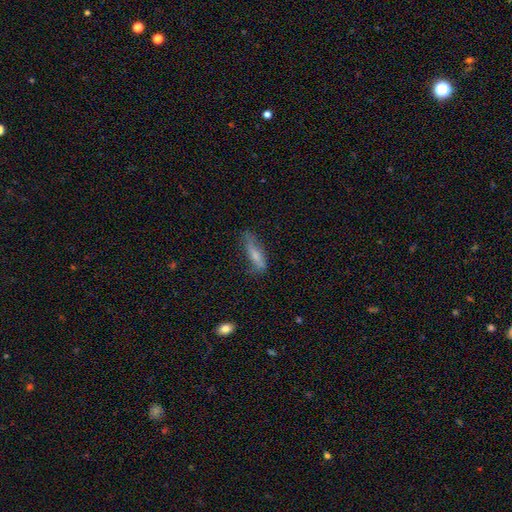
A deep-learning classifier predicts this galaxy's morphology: This appears to be a smooth galaxy with no disk features (59%) that is cigar-shaped (58%). Merging: none (57%).